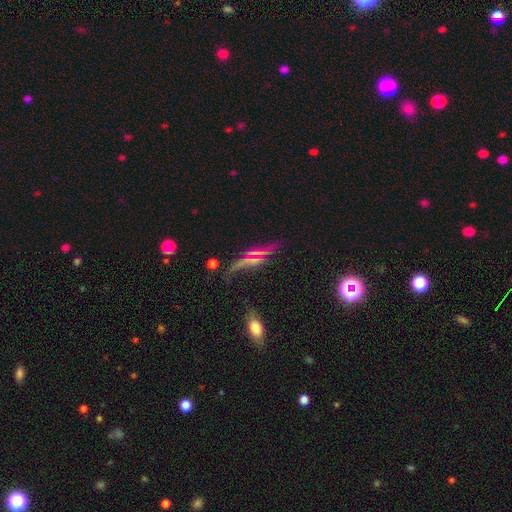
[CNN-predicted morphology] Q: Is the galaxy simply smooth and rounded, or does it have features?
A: featured or disk — 48%.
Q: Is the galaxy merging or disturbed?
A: none — 55%.